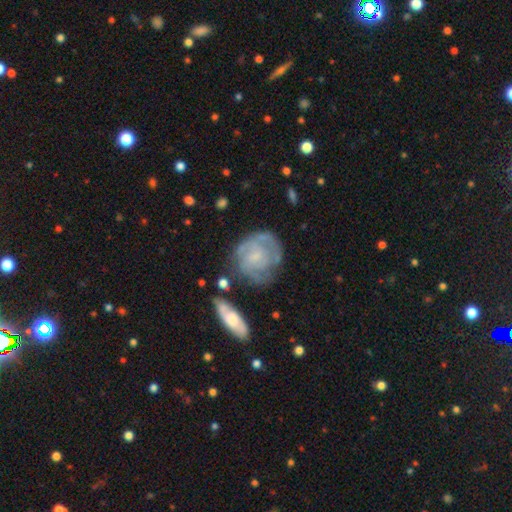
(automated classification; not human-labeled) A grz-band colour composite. It shows a featured or disk galaxy (64%) with no bar (67%), spiral arms (72%) and a small central bulge (46%). Merging: none (57%).